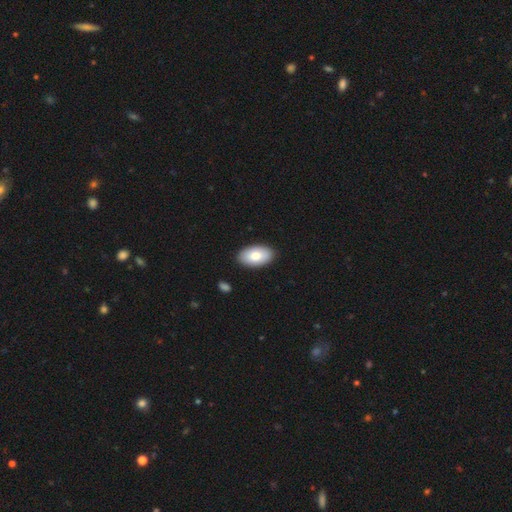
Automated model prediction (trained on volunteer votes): smooth-or-featured: smooth: 78% | featured or disk: 16% | star or artifact: 6%
  how-rounded: in between: 95% | round: 4% | cigar-shaped: 1%
  merging: none: 89% | minor disturbance: 8% | major disturbance: 2% | merger: 1%